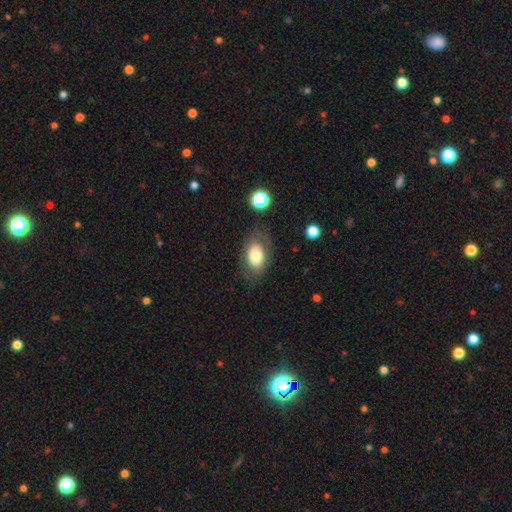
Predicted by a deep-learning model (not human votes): This appears to be a smooth galaxy with no disk features (71%) that is in between round and cigar-shaped (84%). Merging: none (74%).